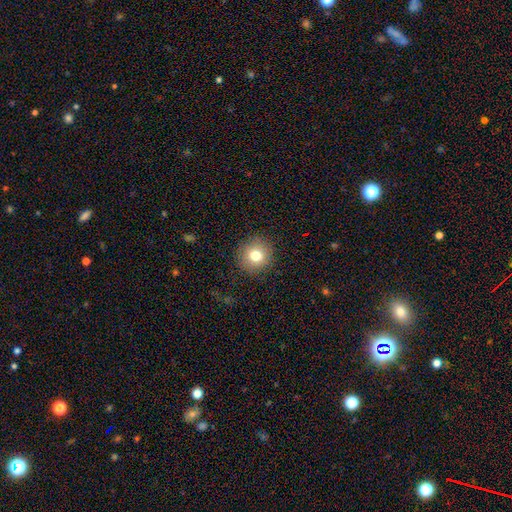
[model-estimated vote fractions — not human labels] Overall: smooth (78%). How rounded: round (93%). Merging: none (91%).